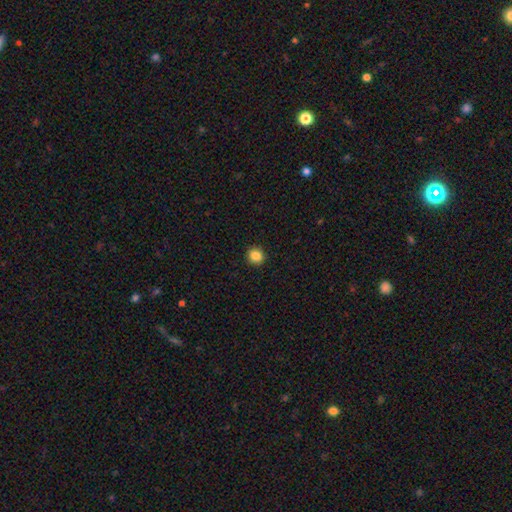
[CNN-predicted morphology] Q: Smooth or featured?
A: smooth (85%); runner-up: star or artifact (11%)
Q: How rounded?
A: round (90%); runner-up: in between (9%)
Q: Merging?
A: none (92%); runner-up: minor disturbance (5%)